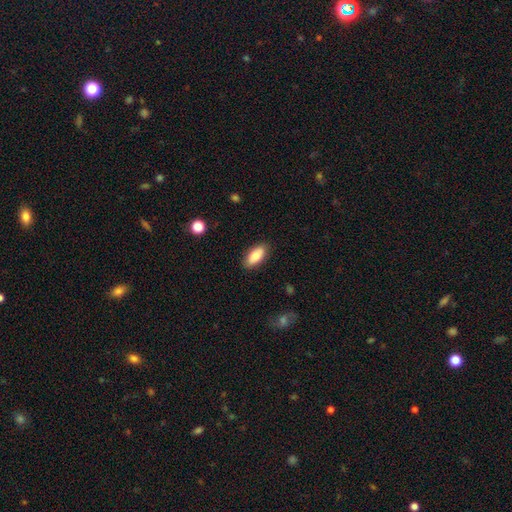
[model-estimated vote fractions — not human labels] smooth 83%, featured or disk 11%, star or artifact 6%. Down the decision tree: how rounded — in between (86%); merging — none (88%).